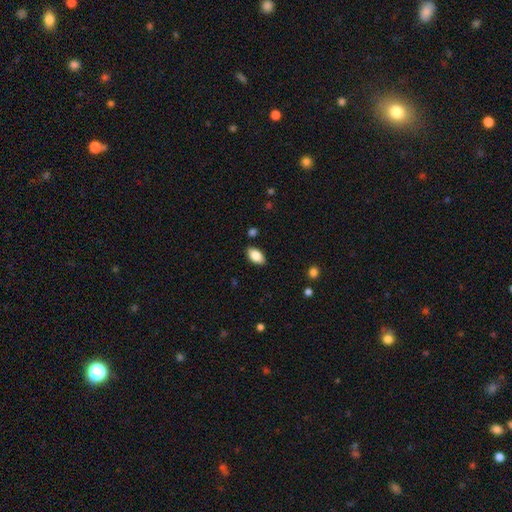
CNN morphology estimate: smooth-or-featured: smooth: 84% | featured or disk: 9% | star or artifact: 7%
  how-rounded: in between: 93% | cigar-shaped: 4% | round: 4%
  merging: none: 86% | minor disturbance: 10% | major disturbance: 2% | merger: 2%